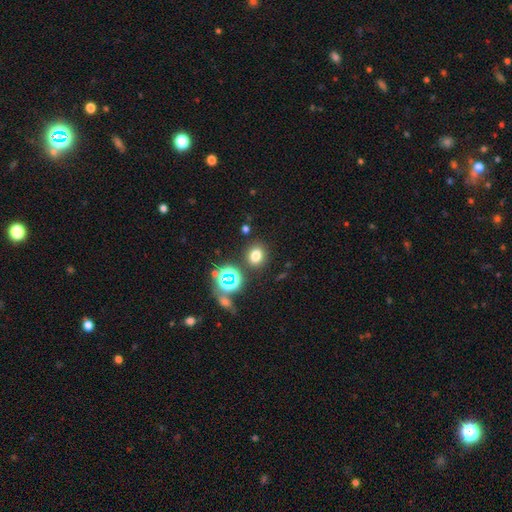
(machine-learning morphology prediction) Smooth or featured?
  - smooth: 71% *
  - star or artifact: 22%
  - featured or disk: 7%
How rounded?
  - round: 67% *
  - in between: 32%
  - cigar-shaped: 1%
Merging?
  - none: 83% *
  - minor disturbance: 9%
  - merger: 5%
  - major disturbance: 4%